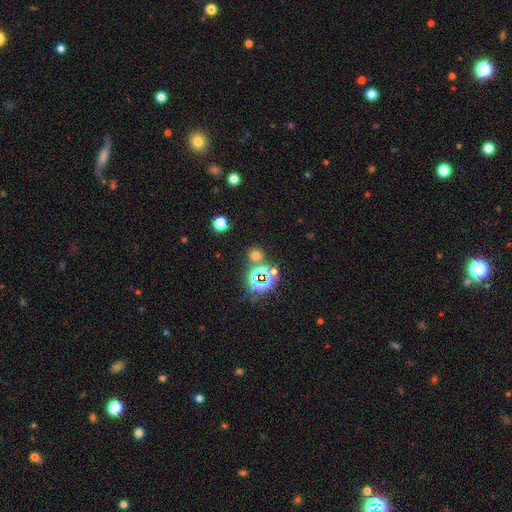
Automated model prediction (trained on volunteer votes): Smooth or featured? smooth (54%)
How rounded? round (86%)
Merging? none (77%)